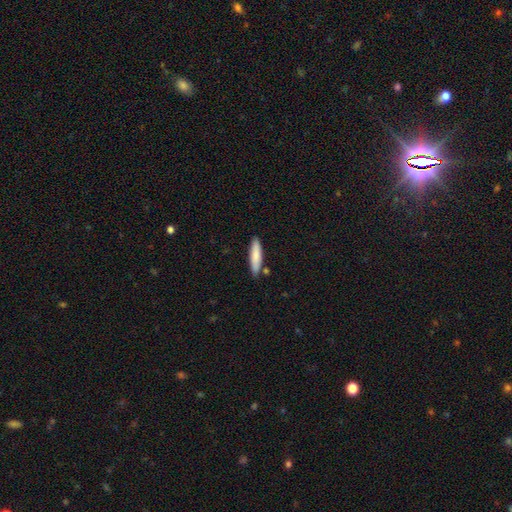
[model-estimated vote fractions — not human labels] This is clearly a smooth galaxy (81%). How rounded: likely cigar-shaped (77%). Merging: clearly none (82%).